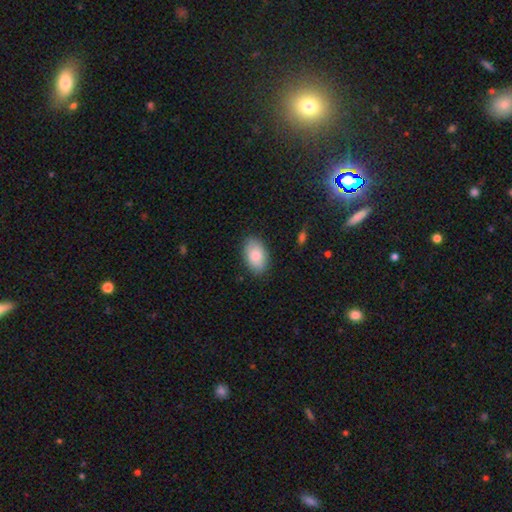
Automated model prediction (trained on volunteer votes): Smooth or featured? Predicted: smooth (p=0.85). How rounded? Predicted: in between (p=0.93). Merging? Predicted: none (p=0.85).